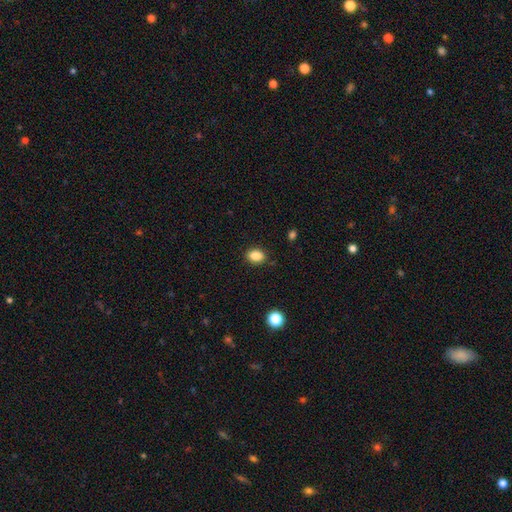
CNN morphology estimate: smooth_or_featured: smooth (p=0.87) [alt: star or artifact p=0.10]
how_rounded: in between (p=0.74) [alt: round p=0.25]
merging: none (p=0.86) [alt: minor disturbance p=0.10]